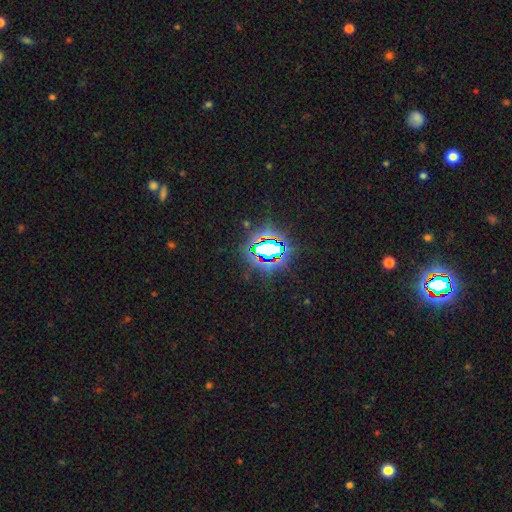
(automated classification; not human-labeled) Smooth or featured: star or artifact — 83% (smooth — 10%)